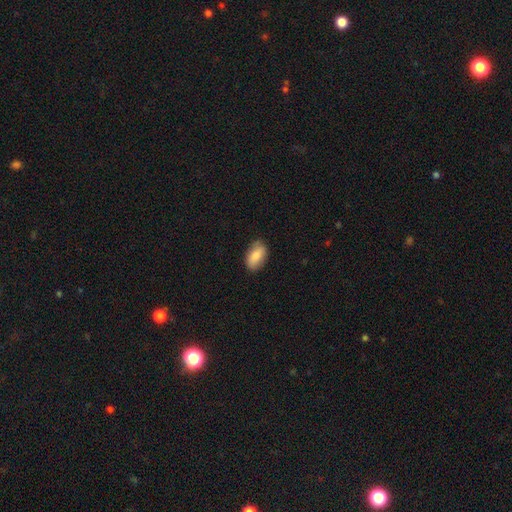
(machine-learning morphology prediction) The model was most divided on "merging": none: 81%, minor disturbance: 15%, major disturbance: 3%, merger: 1%. More confident: how rounded — in between (92%); smooth or featured — smooth (83%).